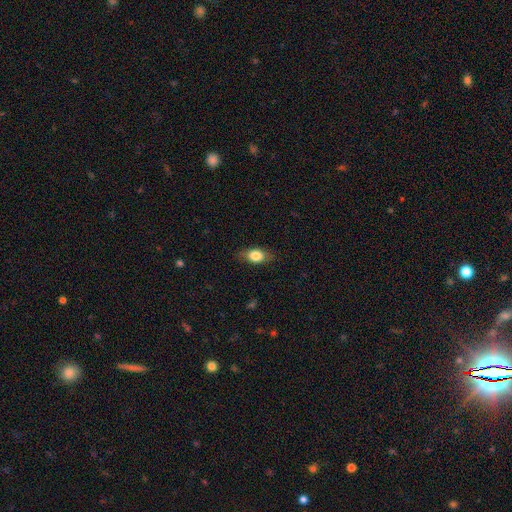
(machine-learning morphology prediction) A smooth galaxy with no disk features (79%) that is in between round and cigar-shaped (80%).

Vote fractions:
- Smooth or featured? smooth: 79% / featured or disk: 13% / star or artifact: 8%
- How rounded? in between: 80% / round: 15% / cigar-shaped: 5%
- Merging? none: 80% / minor disturbance: 15% / major disturbance: 4% / merger: 1%